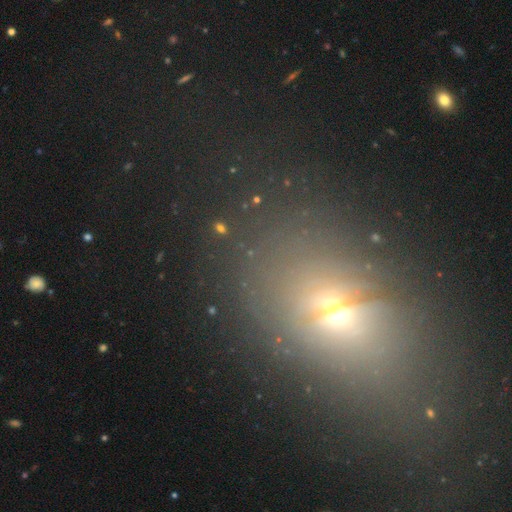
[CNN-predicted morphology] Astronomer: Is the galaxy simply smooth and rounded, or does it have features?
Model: star or artifact — 42% (runner-up: smooth, 34%).